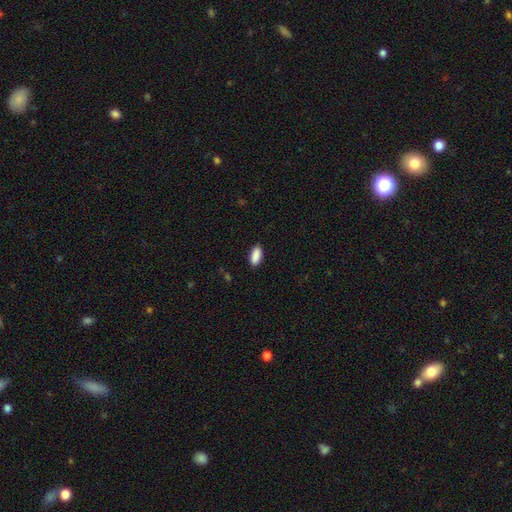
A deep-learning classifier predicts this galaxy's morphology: smooth-or-featured: smooth: 90% | star or artifact: 6% | featured or disk: 3%
  how-rounded: in between: 88% | cigar-shaped: 10% | round: 2%
  merging: none: 89% | minor disturbance: 8% | major disturbance: 2% | merger: 1%